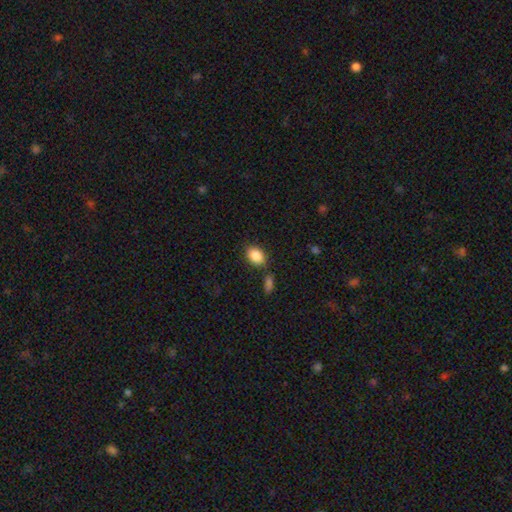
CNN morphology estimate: The model was most divided on "how rounded": in between: 81%, round: 18%, cigar-shaped: 1%. More confident: smooth or featured — smooth (87%); merging — none (77%).